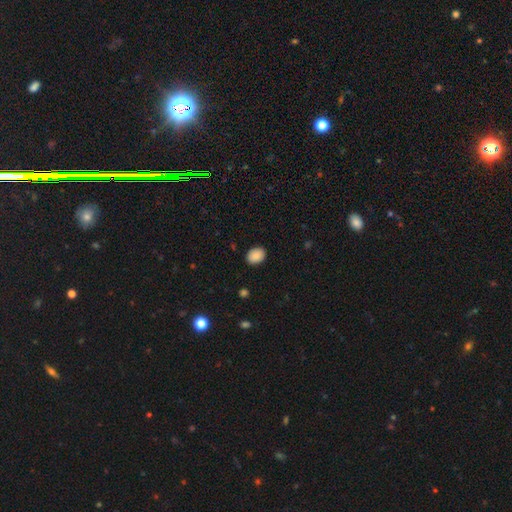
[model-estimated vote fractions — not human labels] Overall: smooth (89%). How rounded: in between (68%; round 31%). Merging: none (89%).